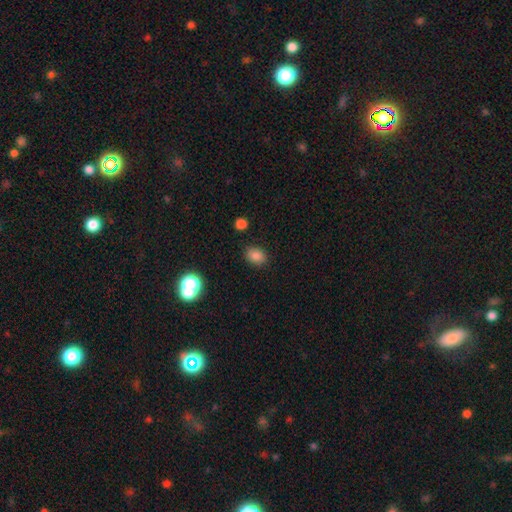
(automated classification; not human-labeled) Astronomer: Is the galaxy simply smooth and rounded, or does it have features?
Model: smooth — 84%.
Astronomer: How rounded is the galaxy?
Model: in between — 68%.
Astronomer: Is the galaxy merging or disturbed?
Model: none — 86%.